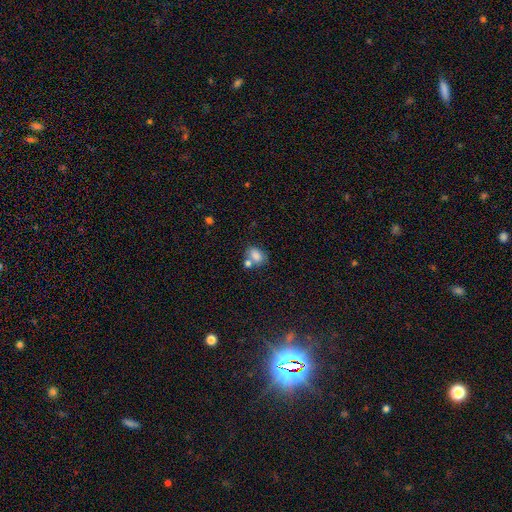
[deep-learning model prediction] Overall: smooth (81%). How rounded: in between (76%). Merging: none (47%; merger 34%).